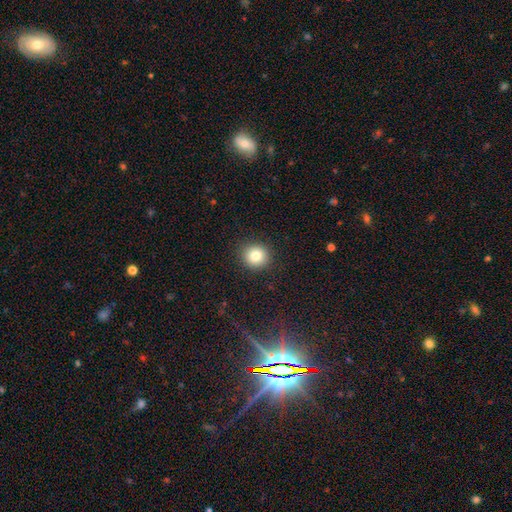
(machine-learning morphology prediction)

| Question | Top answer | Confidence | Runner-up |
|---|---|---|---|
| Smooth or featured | smooth | 82% | star or artifact (11%) |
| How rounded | round | 90% | in between (9%) |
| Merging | none | 91% | minor disturbance (6%) |